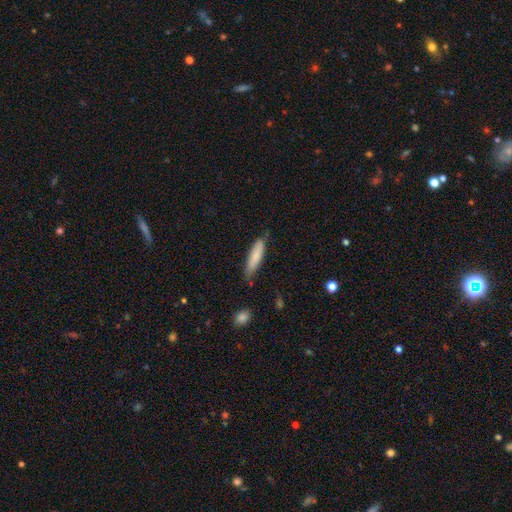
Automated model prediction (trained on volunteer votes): smooth_or_featured: smooth (p=0.80) [alt: featured or disk p=0.14]
how_rounded: cigar-shaped (p=0.74) [alt: in between p=0.25]
merging: none (p=0.70) [alt: minor disturbance p=0.24]